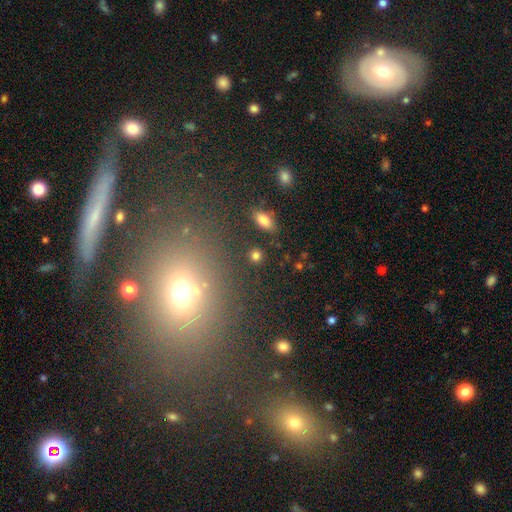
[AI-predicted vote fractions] This is clearly a smooth galaxy (80%). How rounded: likely round (67%). Merging: clearly none (86%).